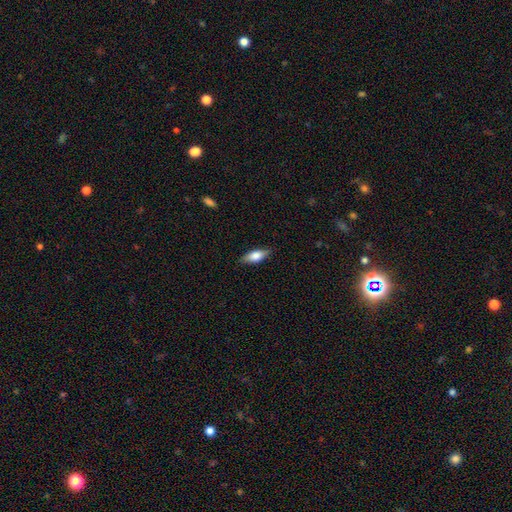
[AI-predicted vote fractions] Smooth or featured?
  - smooth: 69% *
  - featured or disk: 25%
  - star or artifact: 7%
How rounded?
  - in between: 73% *
  - cigar-shaped: 24%
  - round: 3%
Merging?
  - none: 84% *
  - minor disturbance: 12%
  - major disturbance: 2%
  - merger: 1%